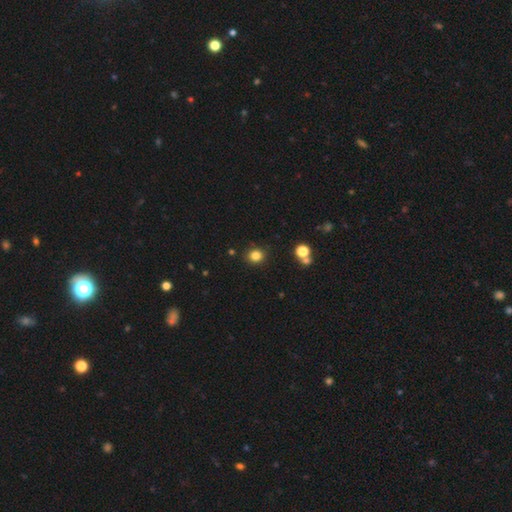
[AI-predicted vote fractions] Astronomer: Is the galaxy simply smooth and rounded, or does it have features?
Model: smooth — 82%.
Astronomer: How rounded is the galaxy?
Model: round — 83%.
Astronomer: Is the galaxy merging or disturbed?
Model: none — 88%.